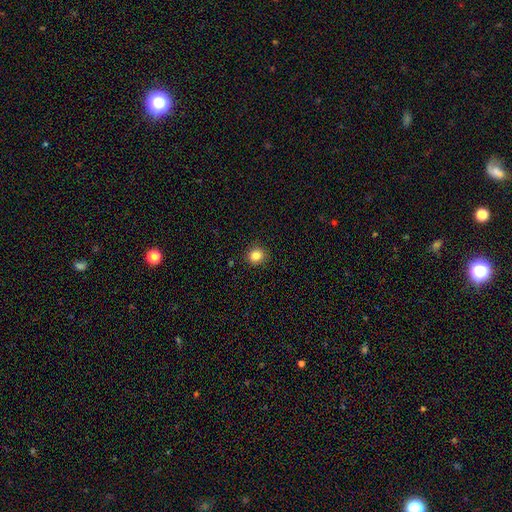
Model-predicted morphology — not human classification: Overall: smooth (84%). How rounded: round (86%). Merging: none (91%).